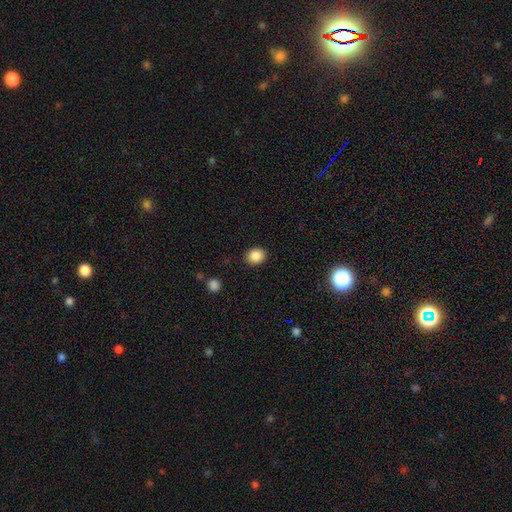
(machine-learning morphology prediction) A smooth galaxy with no disk features (87%) that is round (61%). Merging: none (89%).